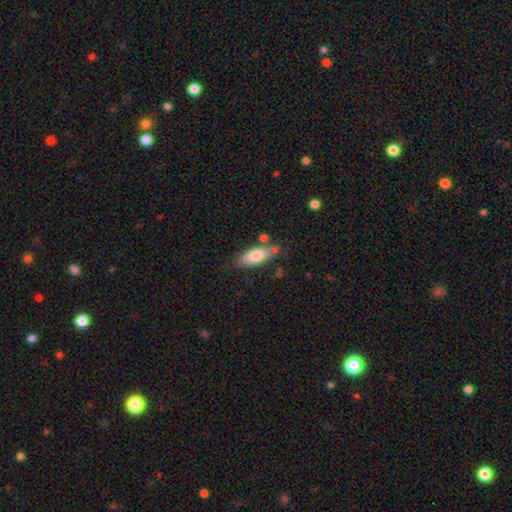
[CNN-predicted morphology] type=smooth (76%); roundness=in between (73%); merging=none (70%).